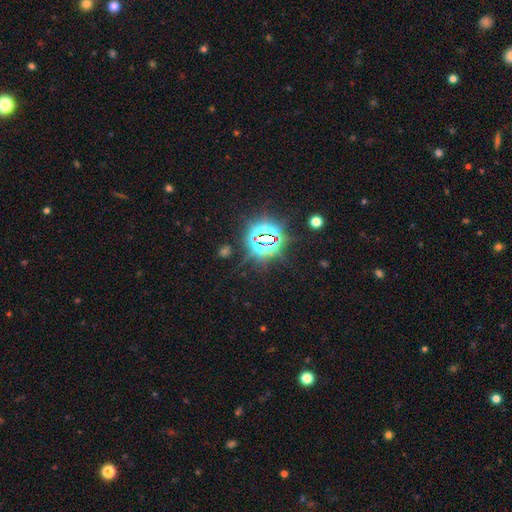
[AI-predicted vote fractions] A star or artifact, not a galaxy (81%).